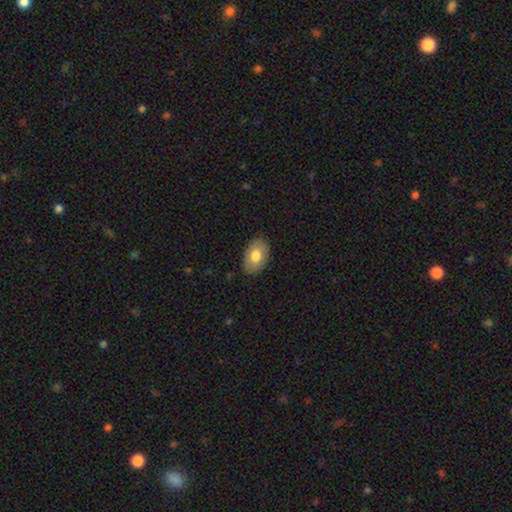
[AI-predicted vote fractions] This is likely a smooth galaxy (76%). How rounded: clearly in between (91%). Merging: clearly none (86%).